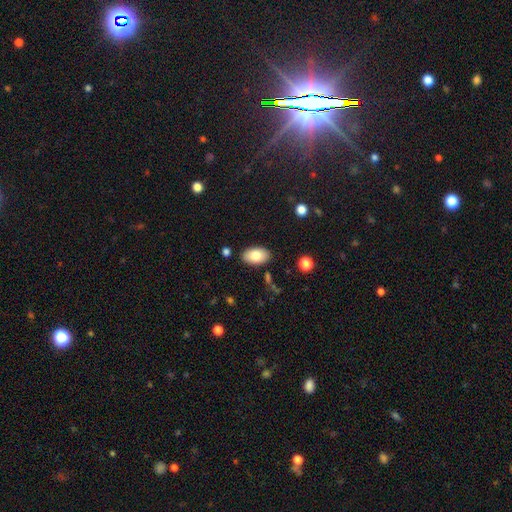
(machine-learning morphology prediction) smooth_or_featured: smooth (p=0.80) [alt: featured or disk p=0.13]
how_rounded: in between (p=0.93) [alt: round p=0.06]
merging: none (p=0.85) [alt: minor disturbance p=0.10]